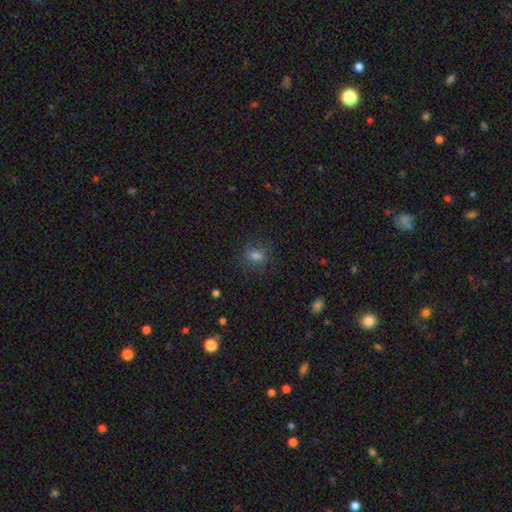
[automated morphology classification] A smooth galaxy with no disk features (70%) that is in between round and cigar-shaped (56%). Merging: none (80%).